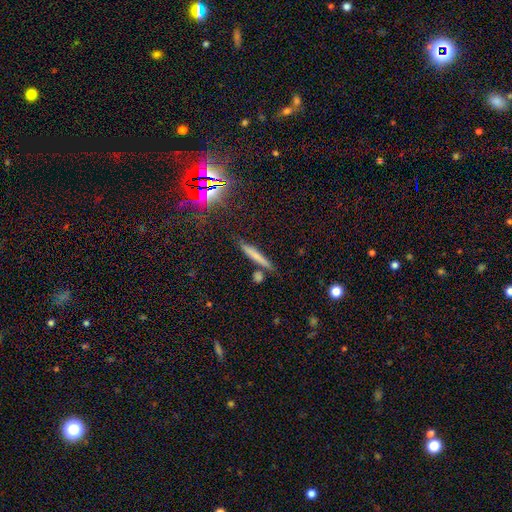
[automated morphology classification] smooth-or-featured: smooth: 62% | featured or disk: 25% | star or artifact: 13%
  how-rounded: cigar-shaped: 92% | in between: 6% | round: 3%
  merging: none: 76% | minor disturbance: 12% | merger: 9% | major disturbance: 3%